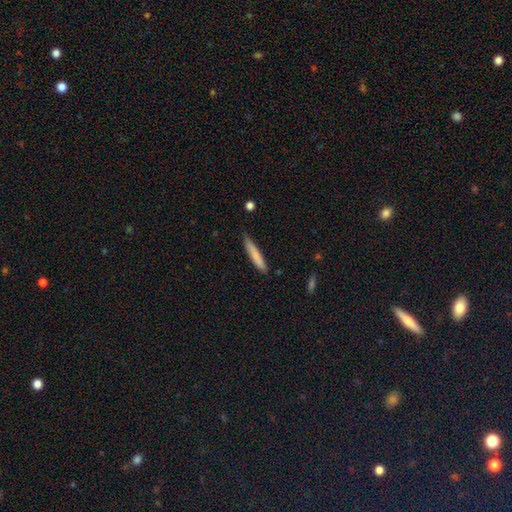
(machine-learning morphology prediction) This appears to be a smooth galaxy with no disk features (79%) that is cigar-shaped (93%). Merging: none (80%).